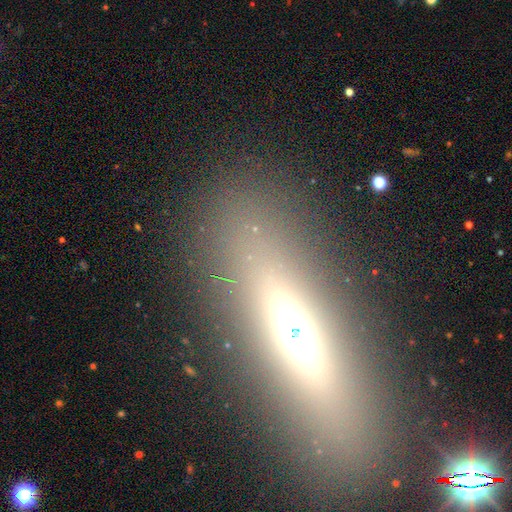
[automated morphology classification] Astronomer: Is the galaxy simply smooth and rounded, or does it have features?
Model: featured or disk — 45% (runner-up: smooth, 37%).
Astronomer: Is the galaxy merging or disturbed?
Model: none — 83%.